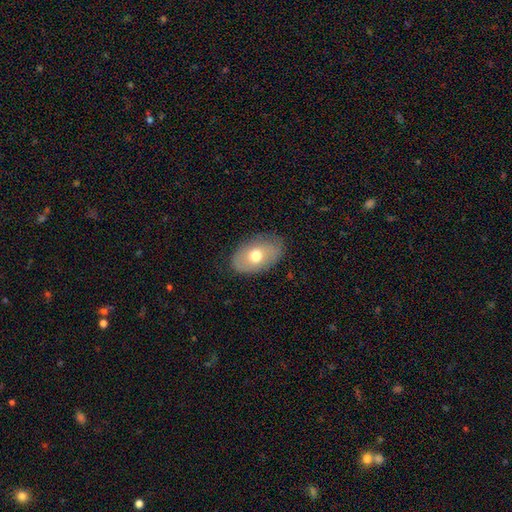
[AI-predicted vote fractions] smooth-or-featured: smooth: 65% | featured or disk: 27% | star or artifact: 7%
  how-rounded: in between: 88% | round: 10% | cigar-shaped: 1%
  merging: none: 79% | minor disturbance: 16% | major disturbance: 4% | merger: 1%